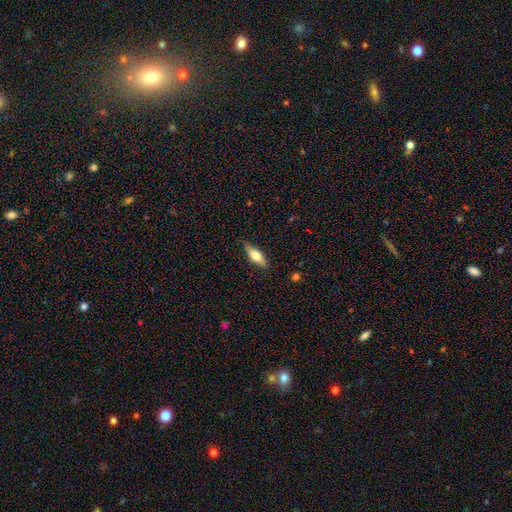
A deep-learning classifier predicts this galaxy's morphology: A smooth galaxy with no disk features (54%) that is in between round and cigar-shaped (53%).

Vote fractions:
- Smooth or featured? smooth: 54% / featured or disk: 40% / star or artifact: 6%
- How rounded? in between: 53% / cigar-shaped: 44% / round: 3%
- Merging? none: 85% / minor disturbance: 12% / major disturbance: 2% / merger: 1%